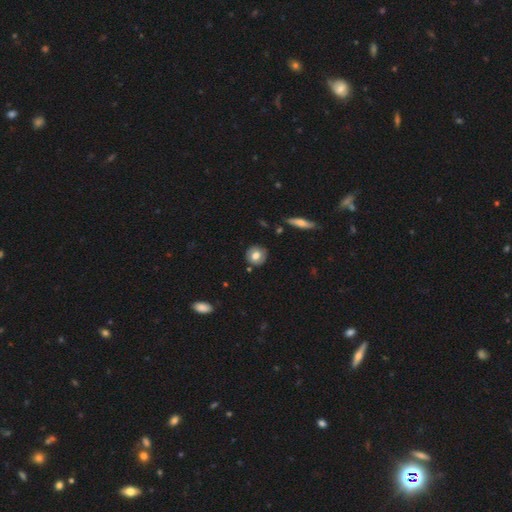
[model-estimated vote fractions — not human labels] Smooth or featured? smooth (73%)
How rounded? round (87%)
Merging? none (86%)